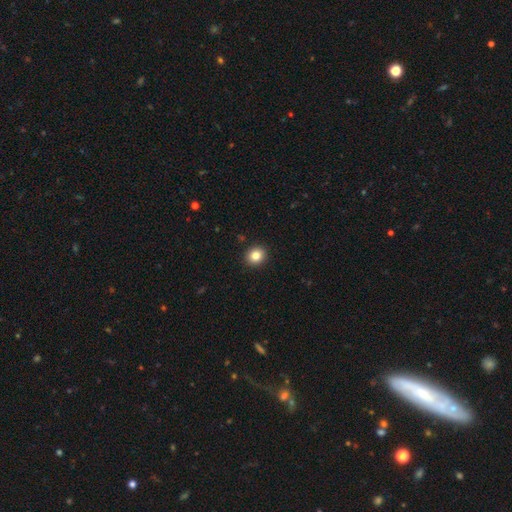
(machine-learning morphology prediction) Smooth or featured: smooth — 83% (star or artifact — 10%)
How rounded: round — 81% (in between — 18%)
Merging: none — 92% (minor disturbance — 5%)